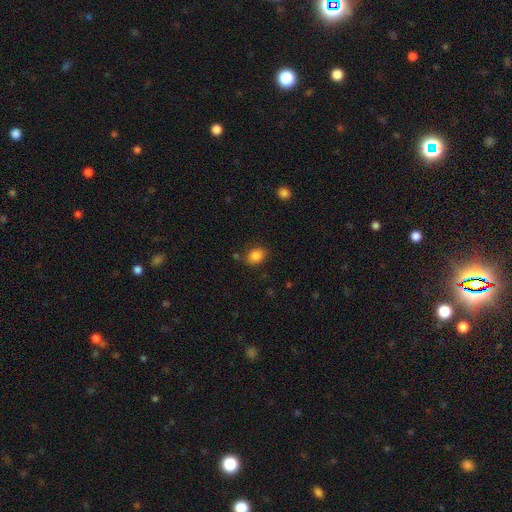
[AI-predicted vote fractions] Q: Smooth or featured?
A: smooth (85%); runner-up: star or artifact (10%)
Q: How rounded?
A: in between (60%); runner-up: round (38%)
Q: Merging?
A: none (78%); runner-up: minor disturbance (15%)